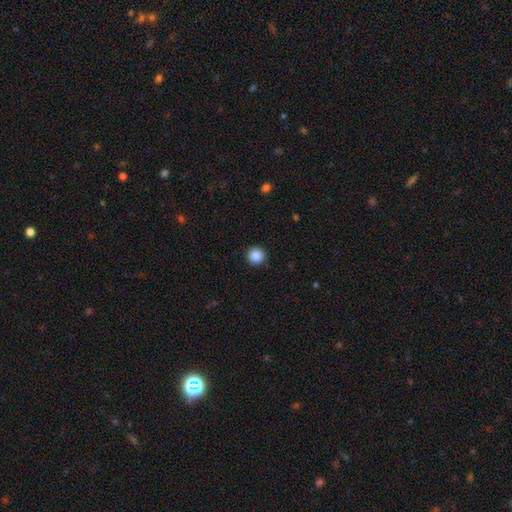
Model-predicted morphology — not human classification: This appears to be a smooth galaxy with no disk features (87%) that is round (95%). Merging: none (90%).